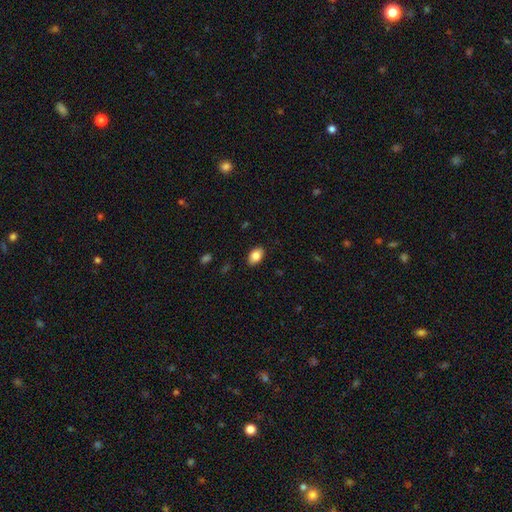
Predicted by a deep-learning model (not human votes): smooth-or-featured: smooth: 85% | star or artifact: 8% | featured or disk: 8%
  how-rounded: in between: 88% | round: 10% | cigar-shaped: 1%
  merging: none: 88% | minor disturbance: 9% | major disturbance: 2% | merger: 1%